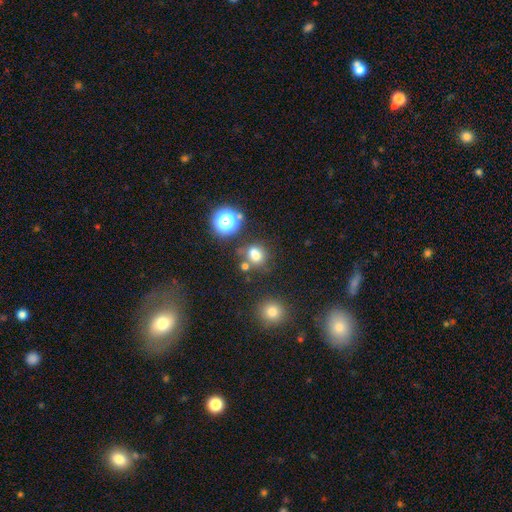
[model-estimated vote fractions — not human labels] A smooth galaxy with no disk features (71%) that is round (63%).

Vote fractions:
- Smooth or featured? smooth: 71% / star or artifact: 21% / featured or disk: 8%
- How rounded? round: 63% / in between: 35% / cigar-shaped: 1%
- Merging? none: 62% / merger: 17% / minor disturbance: 15% / major disturbance: 6%